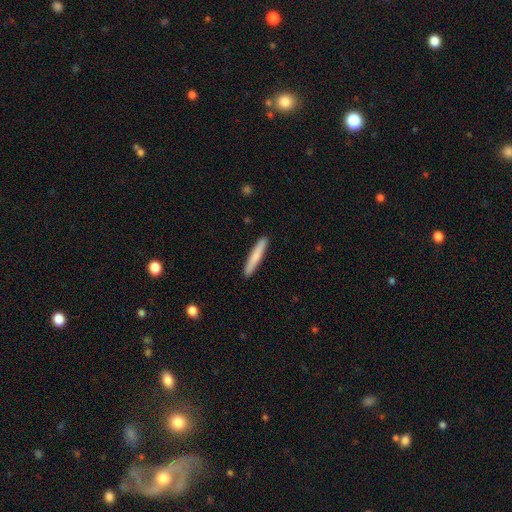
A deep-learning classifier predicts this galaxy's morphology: Overall: smooth (74%). How rounded: cigar-shaped (95%). Merging: none (91%).